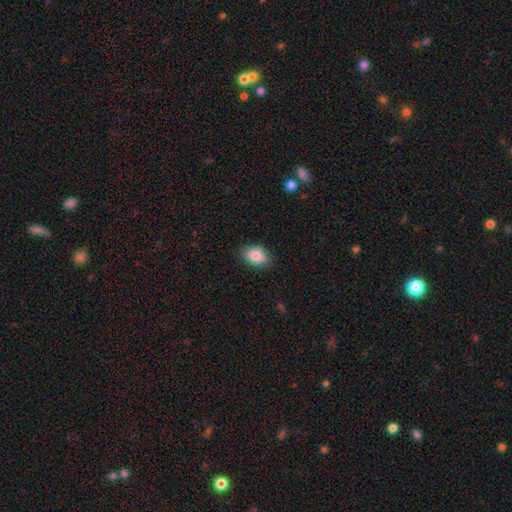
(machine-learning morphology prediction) A smooth galaxy with no disk features (85%) that is in between round and cigar-shaped (84%).

Vote fractions:
- Smooth or featured? smooth: 85% / star or artifact: 8% / featured or disk: 7%
- How rounded? in between: 84% / round: 15% / cigar-shaped: 1%
- Merging? none: 84% / minor disturbance: 12% / major disturbance: 2% / merger: 1%